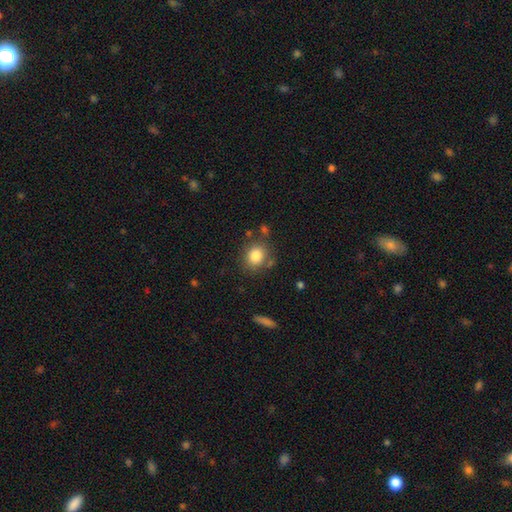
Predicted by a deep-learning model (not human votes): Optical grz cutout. It shows a smooth galaxy with no disk features (83%) that is round (72%). Merging: none (77%).